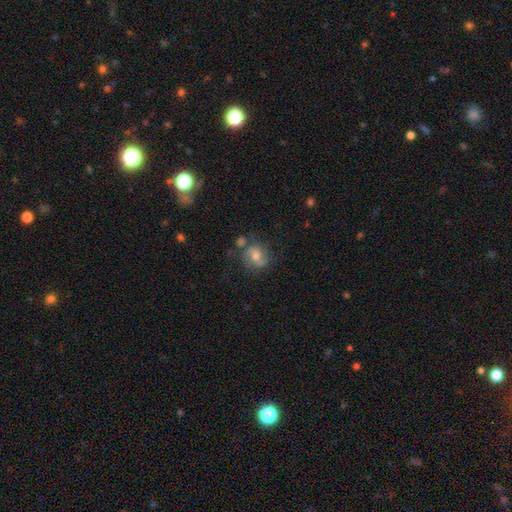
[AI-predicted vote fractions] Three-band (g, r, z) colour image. It shows a featured or disk galaxy (52%). Merging: none (65%).